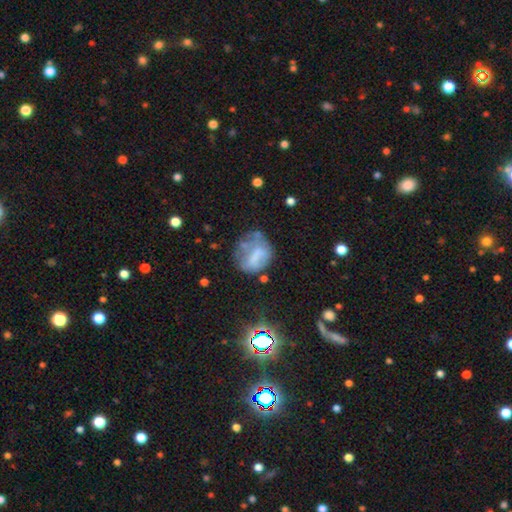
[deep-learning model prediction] The model was most divided on "smooth or featured": smooth: 49%, featured or disk: 37%, star or artifact: 15%. Remaining: merging — none (41%).